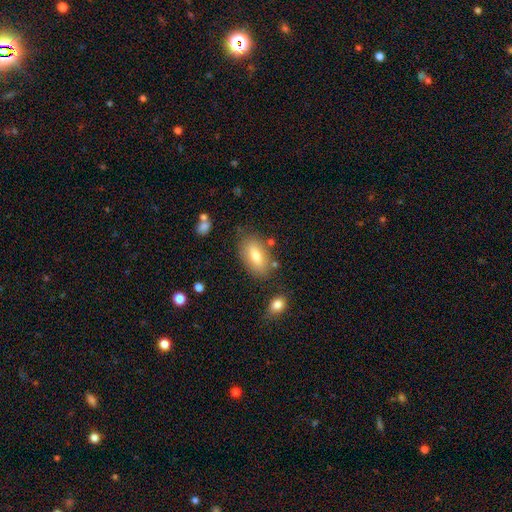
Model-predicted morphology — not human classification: smooth 74%, featured or disk 18%, star or artifact 7%. Down the decision tree: how rounded — in between (89%); merging — none (76%).